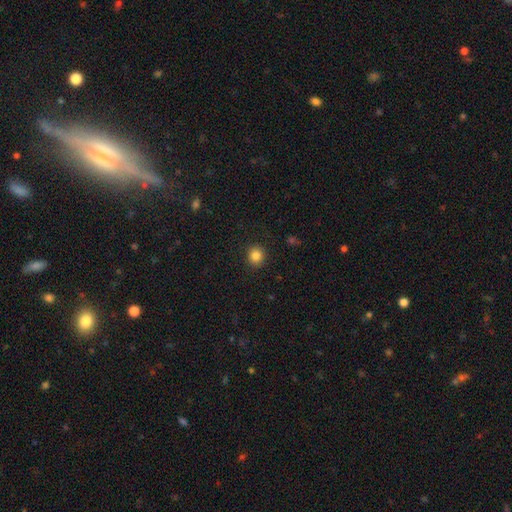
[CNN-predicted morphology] smooth-or-featured: smooth: 84% | star or artifact: 11% | featured or disk: 5%
  how-rounded: round: 89% | in between: 10% | cigar-shaped: 1%
  merging: none: 92% | minor disturbance: 6% | major disturbance: 2% | merger: 1%